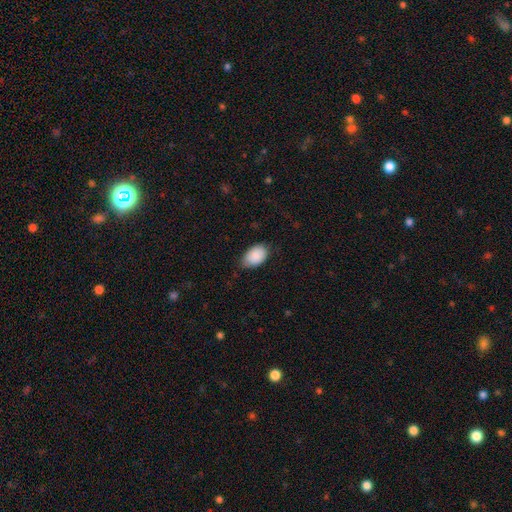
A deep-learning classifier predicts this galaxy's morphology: Q: Smooth or featured?
A: smooth (88%); runner-up: star or artifact (6%)
Q: How rounded?
A: in between (91%); runner-up: round (8%)
Q: Merging?
A: none (70%); runner-up: minor disturbance (25%)